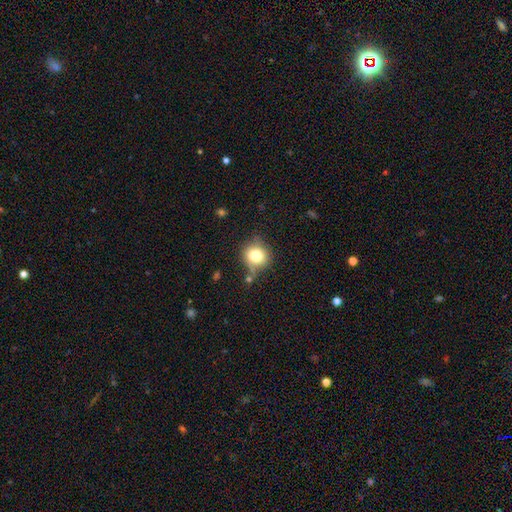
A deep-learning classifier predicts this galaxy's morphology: smooth 77%, featured or disk 12%, star or artifact 11%. Down the decision tree: how rounded — round (84%); merging — none (67%).